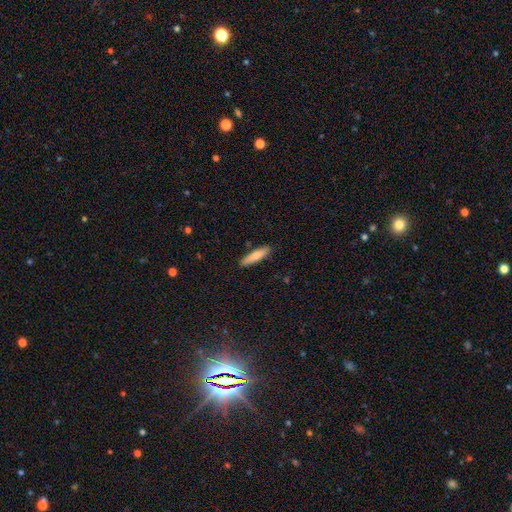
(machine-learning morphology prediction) This is likely a smooth galaxy (73%). How rounded: likely cigar-shaped (78%). Merging: clearly none (88%).